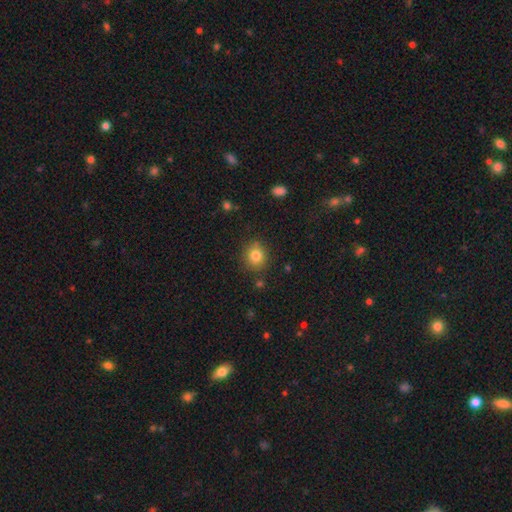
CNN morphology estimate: The model was most divided on "how rounded": round: 82%, in between: 17%, cigar-shaped: 1%. More confident: merging — none (83%); smooth or featured — smooth (82%).